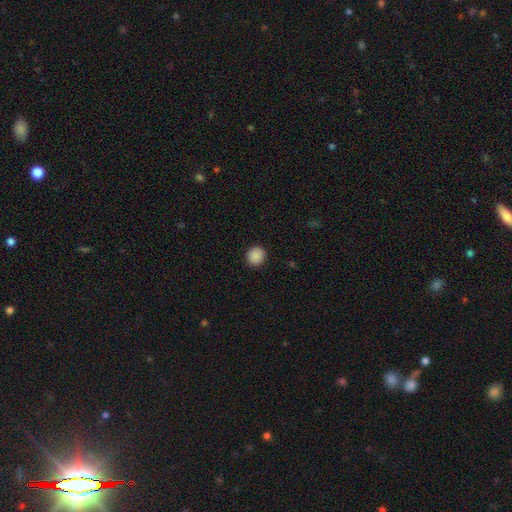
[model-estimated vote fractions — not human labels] A smooth galaxy with no disk features (89%) that is round (88%).

Vote fractions:
- Smooth or featured? smooth: 89% / star or artifact: 9% / featured or disk: 3%
- How rounded? round: 88% / in between: 11% / cigar-shaped: 1%
- Merging? none: 92% / minor disturbance: 5% / major disturbance: 2% / merger: 1%